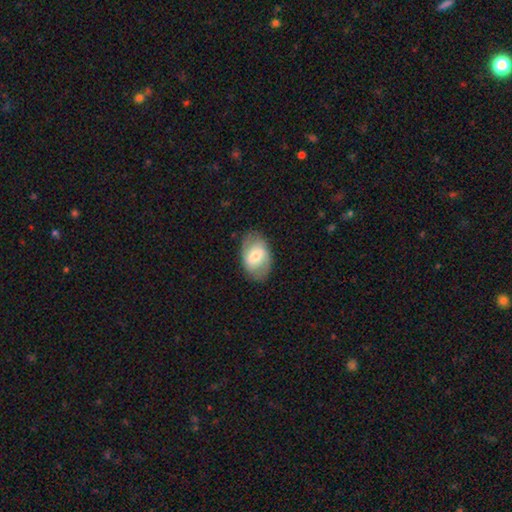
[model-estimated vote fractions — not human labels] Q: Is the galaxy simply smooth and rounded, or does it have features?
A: smooth — 50%.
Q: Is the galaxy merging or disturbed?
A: none — 80%.